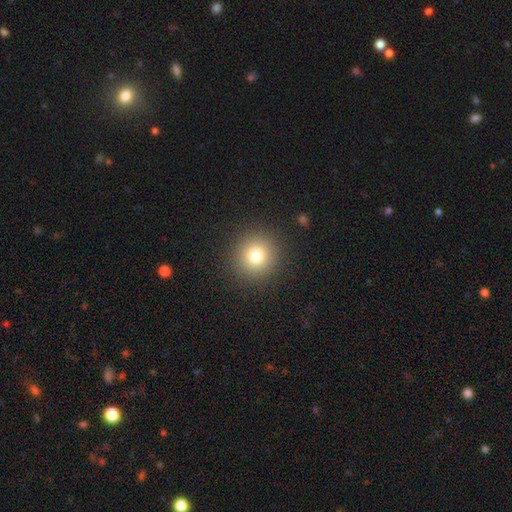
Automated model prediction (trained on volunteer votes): smooth-or-featured: smooth: 77% | star or artifact: 14% | featured or disk: 9%
  how-rounded: round: 94% | in between: 5% | cigar-shaped: 1%
  merging: none: 91% | minor disturbance: 6% | major disturbance: 3% | merger: 1%